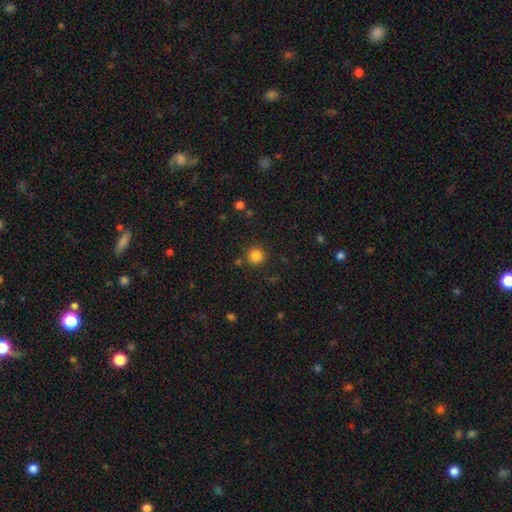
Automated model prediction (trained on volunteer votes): A smooth galaxy with no disk features (84%) that is round (94%). Merging: none (86%).